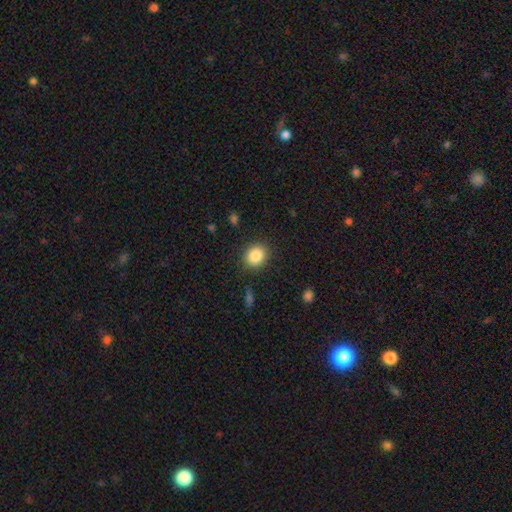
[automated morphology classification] type=smooth (85%); roundness=round (62%); merging=none (86%).